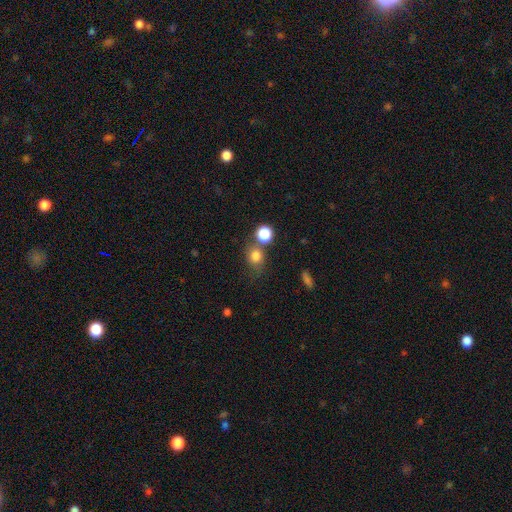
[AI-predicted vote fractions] Smooth or featured?
  - smooth: 80% *
  - star or artifact: 13%
  - featured or disk: 7%
How rounded?
  - round: 75% *
  - in between: 24%
  - cigar-shaped: 1%
Merging?
  - none: 58% *
  - merger: 23%
  - minor disturbance: 13%
  - major disturbance: 6%